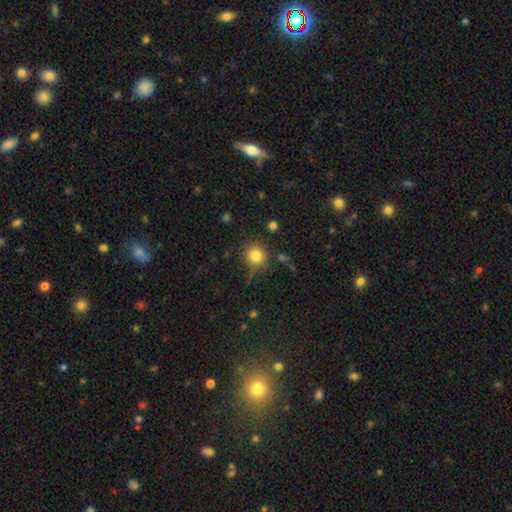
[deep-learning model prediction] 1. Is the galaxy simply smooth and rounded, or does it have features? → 82% smooth, 12% star or artifact, 6% featured or disk.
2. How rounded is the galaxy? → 92% round, 7% in between, 1% cigar-shaped.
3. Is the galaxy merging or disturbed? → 78% none, 12% minor disturbance, 5% major disturbance, 5% merger.